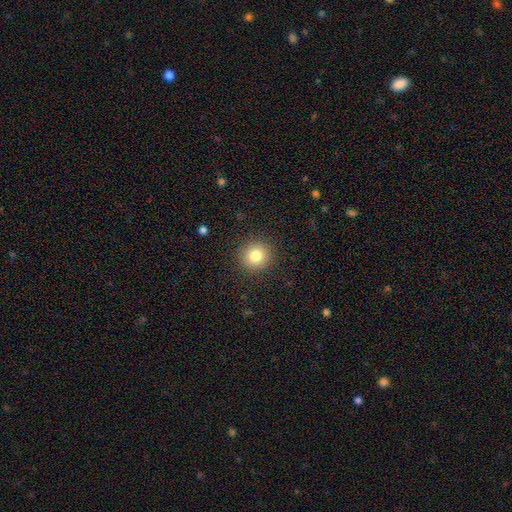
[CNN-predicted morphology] smooth_or_featured: smooth (p=0.81) [alt: star or artifact p=0.11]
how_rounded: round (p=0.92) [alt: in between p=0.07]
merging: none (p=0.90) [alt: minor disturbance p=0.06]